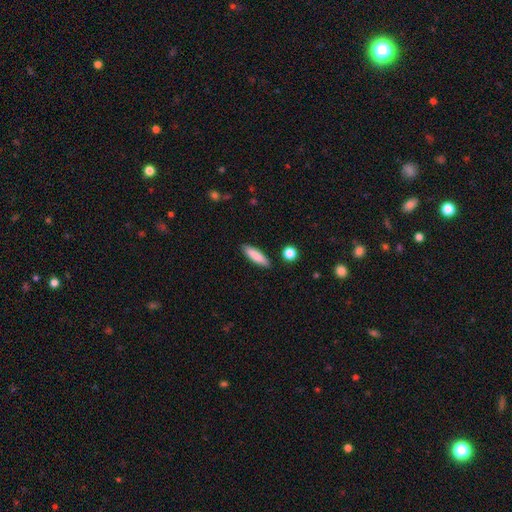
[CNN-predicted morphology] This appears to be a smooth galaxy with no disk features (85%) that is cigar-shaped (66%). Merging: none (89%).